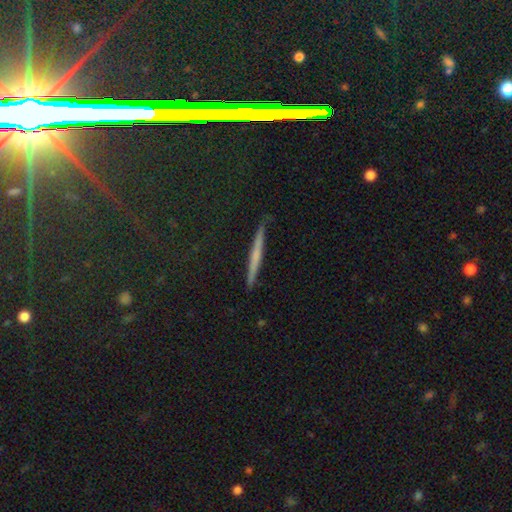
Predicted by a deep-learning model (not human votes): This is possibly a featured or disk galaxy (47%). Merging: clearly none (87%).